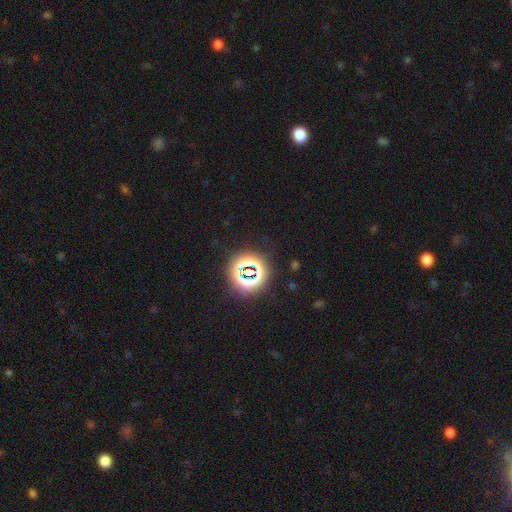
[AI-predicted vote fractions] Overall: star or artifact (79%).